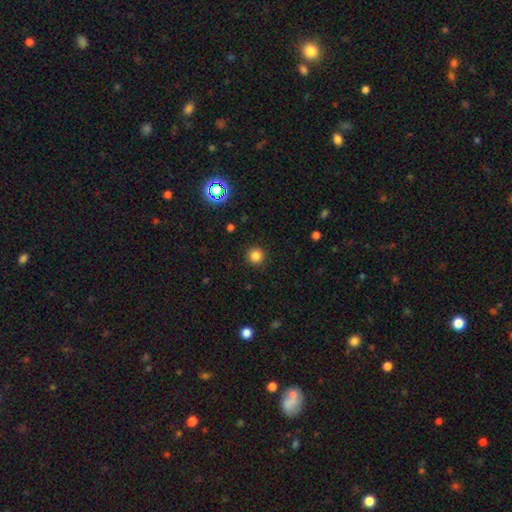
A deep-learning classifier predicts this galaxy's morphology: Smooth or featured? Predicted: smooth (p=0.82). How rounded? Predicted: round (p=0.95). Merging? Predicted: none (p=0.92).